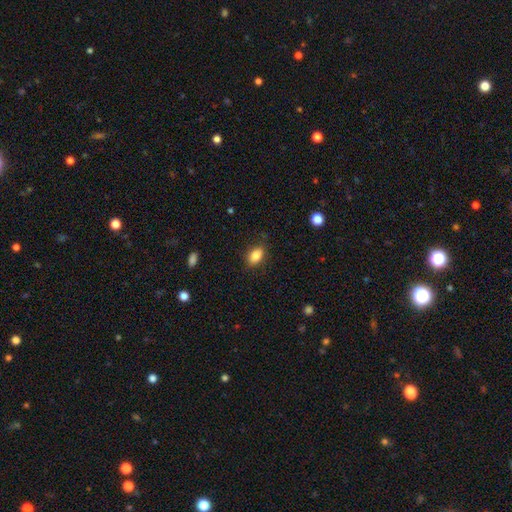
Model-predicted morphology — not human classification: Q: Smooth or featured?
A: smooth (85%); runner-up: star or artifact (8%)
Q: How rounded?
A: in between (86%); runner-up: round (12%)
Q: Merging?
A: none (84%); runner-up: minor disturbance (12%)